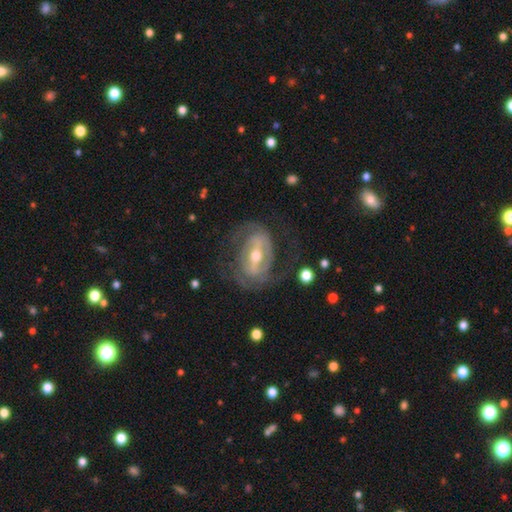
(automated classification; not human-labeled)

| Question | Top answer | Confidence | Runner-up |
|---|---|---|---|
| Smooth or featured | featured or disk | 84% | smooth (10%) |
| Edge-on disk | no | 93% | yes (7%) |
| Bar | strong | 59% | weak (29%) |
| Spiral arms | yes | 80% | no (20%) |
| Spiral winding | tight | 41% | medium (40%) |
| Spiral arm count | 2 | 65% | can't tell (20%) |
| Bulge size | moderate | 59% | small (36%) |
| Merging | none | 65% | minor disturbance (17%) |